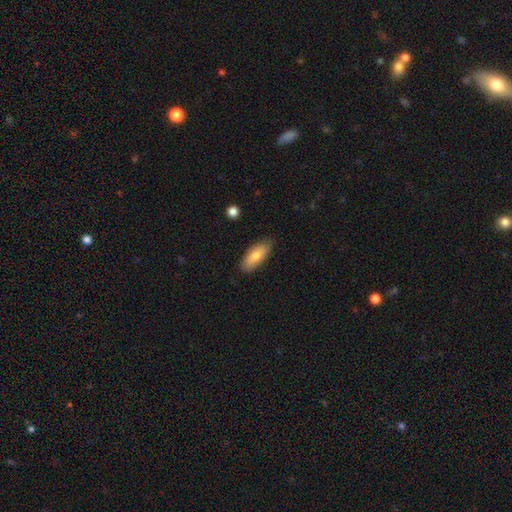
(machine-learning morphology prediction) The model was most divided on "how rounded": in between: 76%, cigar-shaped: 22%, round: 2%. More confident: merging — none (81%); smooth or featured — smooth (78%).